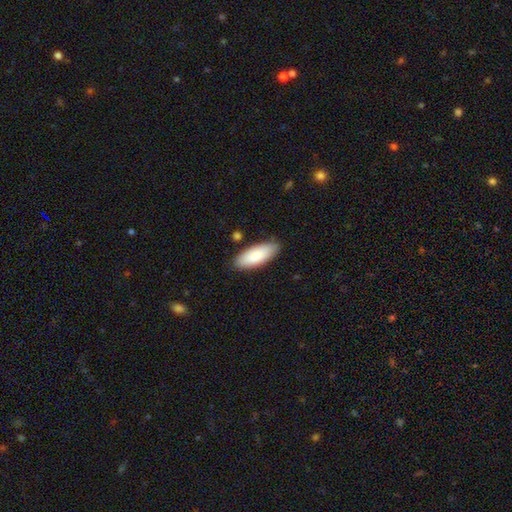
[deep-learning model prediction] Morphology: type=smooth (85%); roundness=in between (77%); merging=none (85%).